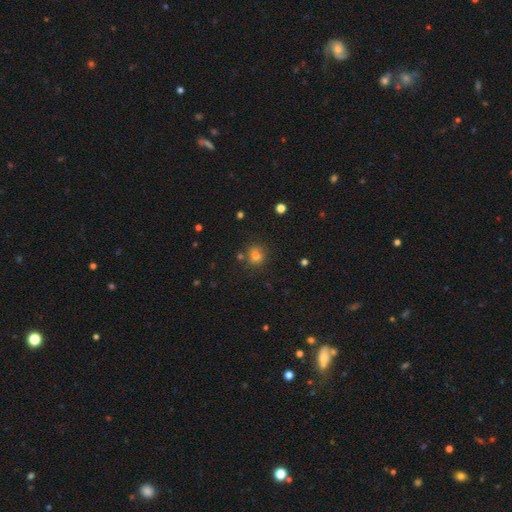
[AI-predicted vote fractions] Smooth or featured?
  - smooth: 77% *
  - star or artifact: 16%
  - featured or disk: 7%
How rounded?
  - round: 80% *
  - in between: 19%
  - cigar-shaped: 1%
Merging?
  - none: 73% *
  - minor disturbance: 14%
  - merger: 9%
  - major disturbance: 4%